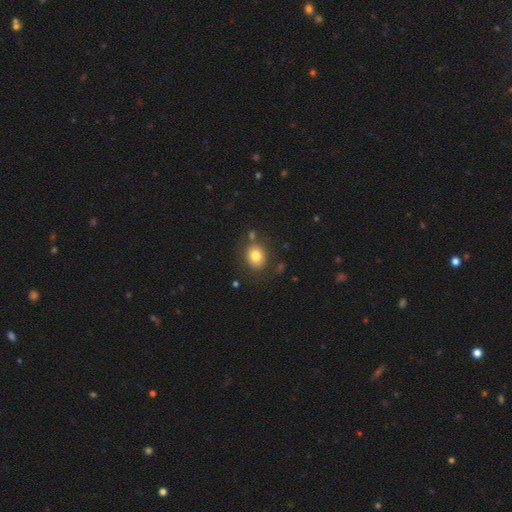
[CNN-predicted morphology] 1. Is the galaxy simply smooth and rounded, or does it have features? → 79% smooth, 11% star or artifact, 10% featured or disk.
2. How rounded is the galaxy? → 64% round, 35% in between, 1% cigar-shaped.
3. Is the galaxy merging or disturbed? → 78% none, 11% minor disturbance, 6% merger, 4% major disturbance.